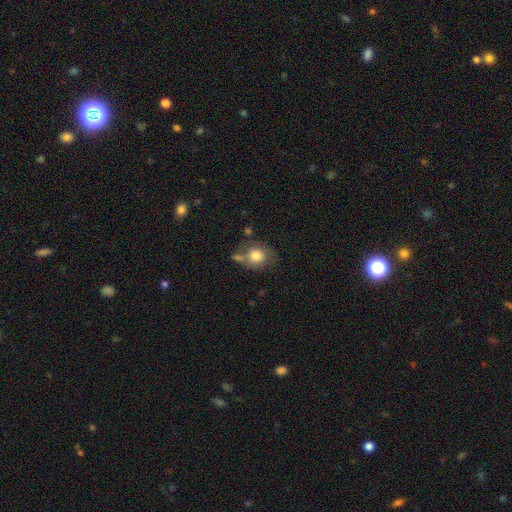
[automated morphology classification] Smooth or featured?
  - smooth: 79% *
  - featured or disk: 13%
  - star or artifact: 9%
How rounded?
  - round: 67% *
  - in between: 32%
  - cigar-shaped: 1%
Merging?
  - none: 56% *
  - minor disturbance: 20%
  - merger: 16%
  - major disturbance: 8%